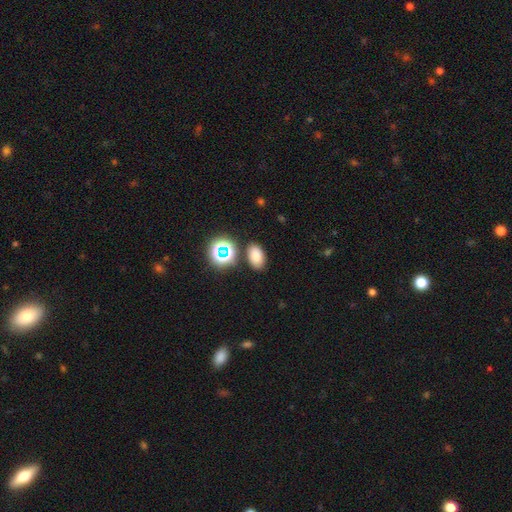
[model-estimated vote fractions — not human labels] Q: Smooth or featured?
A: smooth (77%); runner-up: star or artifact (17%)
Q: How rounded?
A: in between (85%); runner-up: round (14%)
Q: Merging?
A: none (82%); runner-up: minor disturbance (10%)